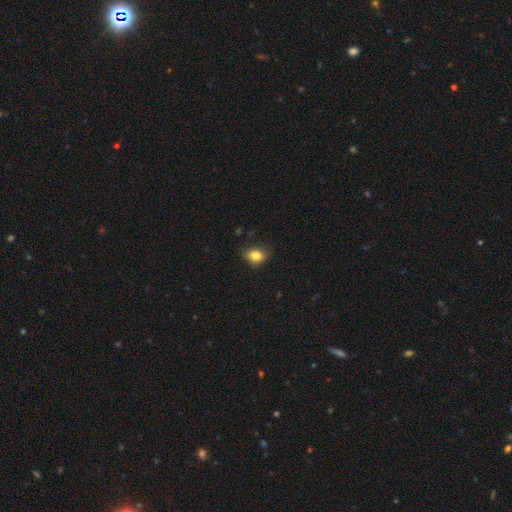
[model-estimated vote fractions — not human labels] Smooth or featured? Predicted: smooth (p=0.84). How rounded? Predicted: in between (p=0.52). Merging? Predicted: none (p=0.73).